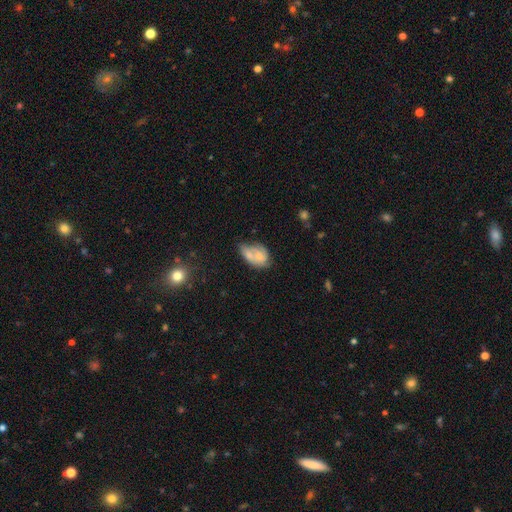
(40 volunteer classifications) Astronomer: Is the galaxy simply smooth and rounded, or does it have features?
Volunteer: featured or disk — 50% (runner-up: smooth, 40%).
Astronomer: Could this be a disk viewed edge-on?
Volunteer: no — 95%.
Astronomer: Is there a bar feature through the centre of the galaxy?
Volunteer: no — 84%.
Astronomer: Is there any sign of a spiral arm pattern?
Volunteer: yes — 63%.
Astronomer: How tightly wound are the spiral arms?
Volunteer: medium — 50% (runner-up: tight, 33%).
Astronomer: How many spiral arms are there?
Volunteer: can't tell — 58%.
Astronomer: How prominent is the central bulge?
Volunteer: small — 58%.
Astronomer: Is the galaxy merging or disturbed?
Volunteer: merger — 47% (runner-up: major disturbance, 25%).